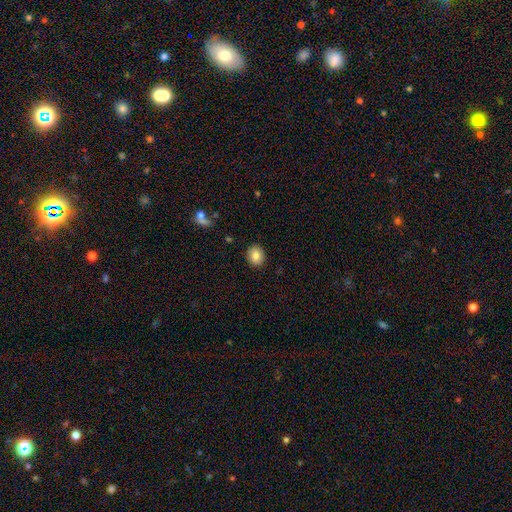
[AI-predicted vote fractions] A smooth galaxy with no disk features (84%) that is round (68%). Merging: none (90%).